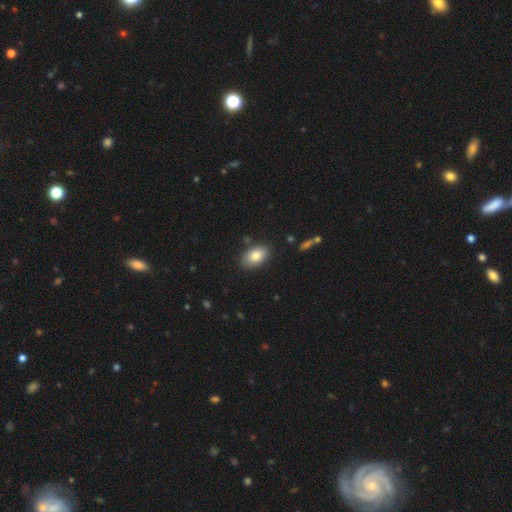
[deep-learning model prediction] This is clearly a smooth galaxy (83%). How rounded: clearly in between (92%). Merging: clearly none (84%).